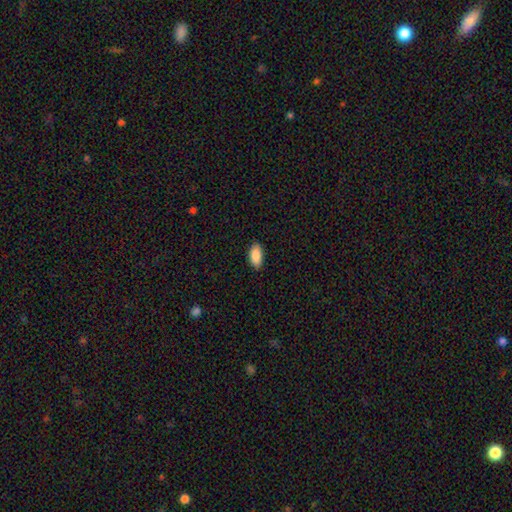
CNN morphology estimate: Smooth or featured: smooth — 89% (star or artifact — 7%)
How rounded: in between — 91% (cigar-shaped — 7%)
Merging: none — 86% (minor disturbance — 11%)